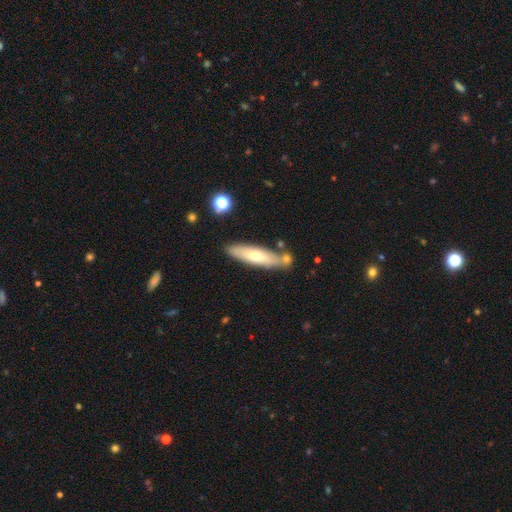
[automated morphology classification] A smooth galaxy with no disk features (57%) that is cigar-shaped (68%). Merging: none (73%).